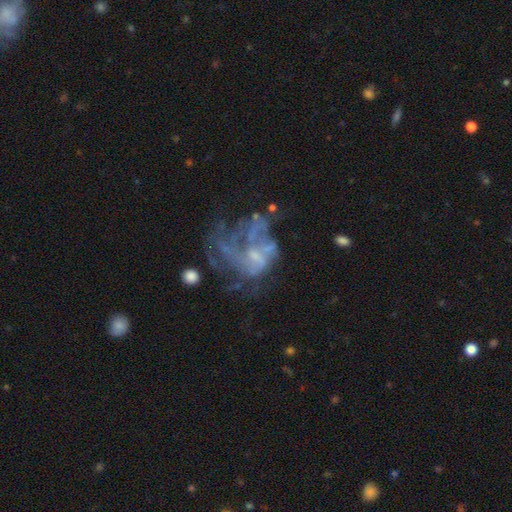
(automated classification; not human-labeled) Smooth or featured? featured or disk (68%)
Edge-on disk? no (98%)
Bar? no (78%)
Spiral arms? no (63%)
Bulge size? none (46%)
Merging? major disturbance (45%)